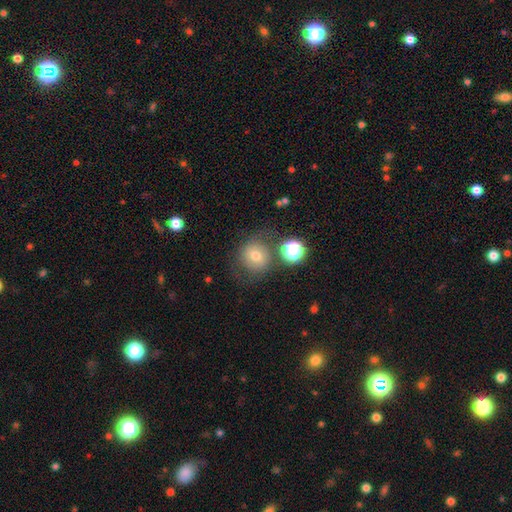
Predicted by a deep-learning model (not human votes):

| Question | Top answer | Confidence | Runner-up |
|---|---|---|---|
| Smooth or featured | smooth | 68% | featured or disk (17%) |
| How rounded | round | 87% | in between (12%) |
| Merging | none | 67% | minor disturbance (15%) |